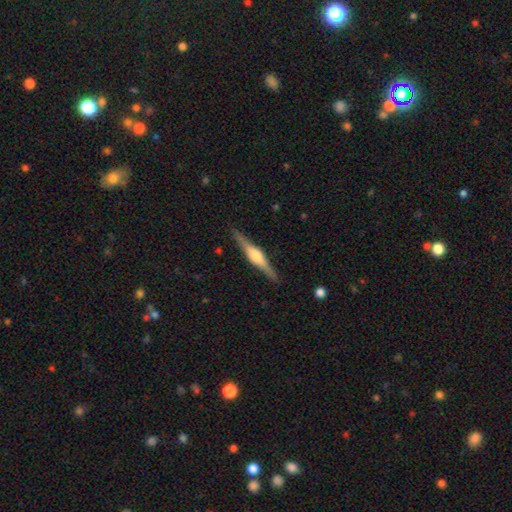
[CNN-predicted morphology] The model was most divided on "smooth or featured": featured or disk: 77%, smooth: 18%, star or artifact: 5%. More confident: edge-on disk — yes (98%); merging — none (89%); edge-on bulge — rounded (84%).